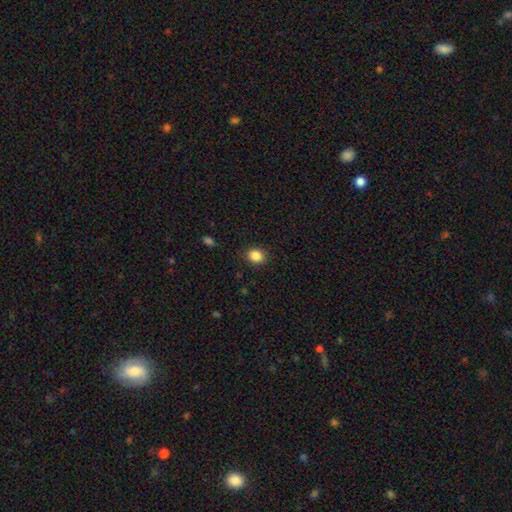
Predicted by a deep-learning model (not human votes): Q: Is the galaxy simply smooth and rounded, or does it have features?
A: smooth — 86%.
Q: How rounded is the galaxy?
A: round — 61%.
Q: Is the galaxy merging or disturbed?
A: none — 88%.